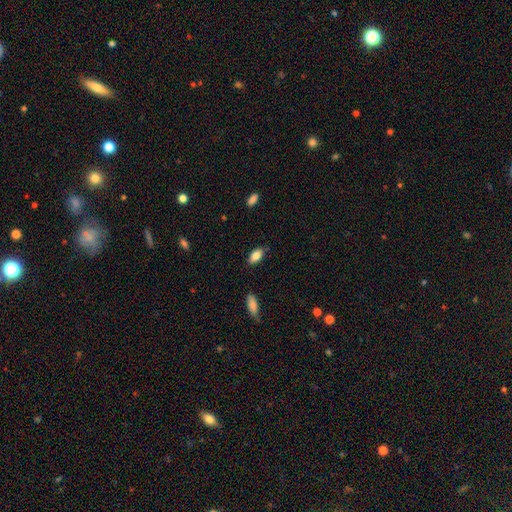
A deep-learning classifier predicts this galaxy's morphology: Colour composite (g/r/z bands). It shows a smooth galaxy with no disk features (83%) that is in between round and cigar-shaped (90%). Merging: none (83%).